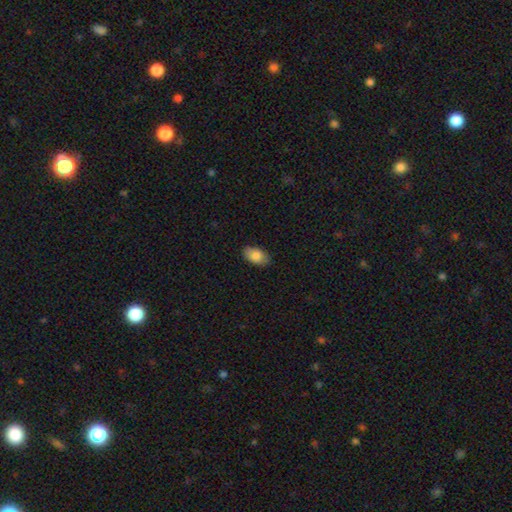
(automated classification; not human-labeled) Overall: smooth (83%). How rounded: in between (92%). Merging: none (85%).